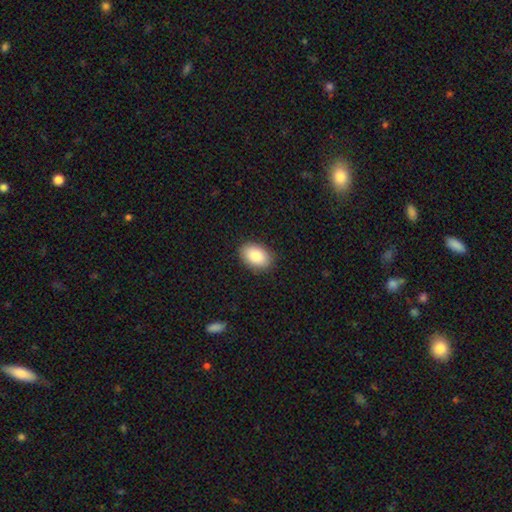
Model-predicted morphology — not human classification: Smooth or featured: smooth — 87% (star or artifact — 7%)
How rounded: in between — 86% (round — 13%)
Merging: none — 88% (minor disturbance — 9%)